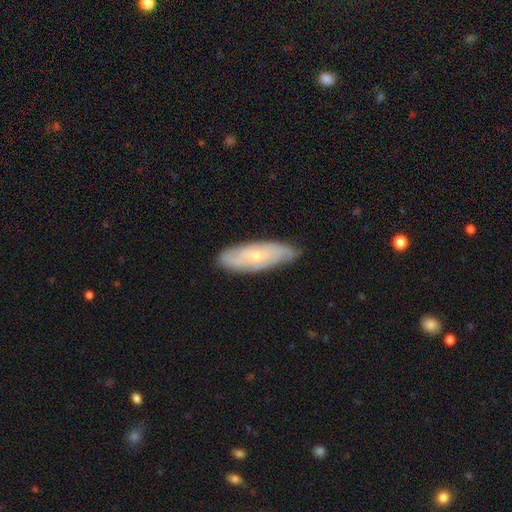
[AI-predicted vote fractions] smooth-or-featured: featured or disk: 57% | smooth: 36% | star or artifact: 6%
  disk-edge-on: no: 79% | yes: 21%
  merging: none: 80% | minor disturbance: 16% | major disturbance: 3% | merger: 1%